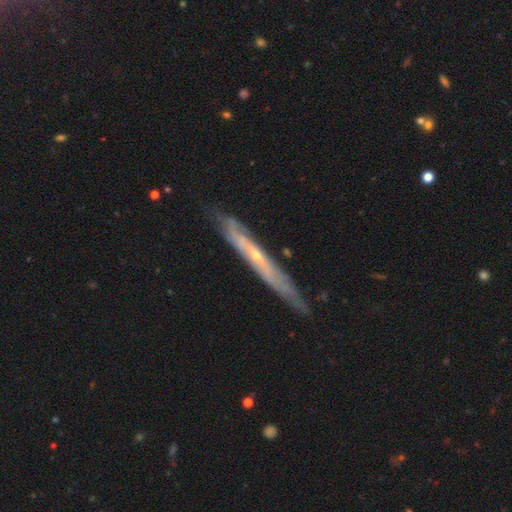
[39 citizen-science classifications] This appears to be a featured or disk galaxy (82%) viewed edge-on (66%) with no central bulge (52%). Merging: none (69%).